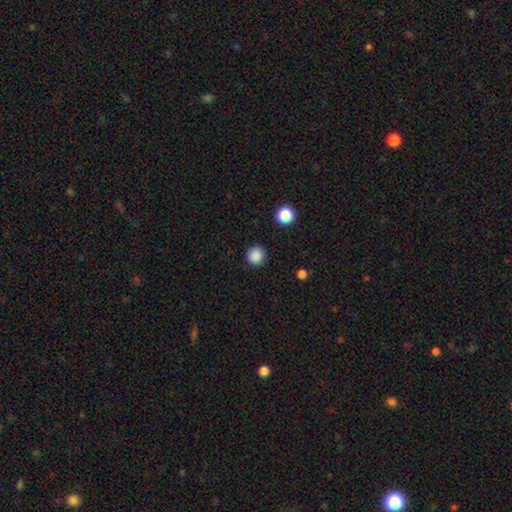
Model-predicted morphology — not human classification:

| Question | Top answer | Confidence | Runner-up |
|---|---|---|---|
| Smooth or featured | smooth | 87% | star or artifact (11%) |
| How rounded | round | 93% | in between (6%) |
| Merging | none | 90% | minor disturbance (6%) |